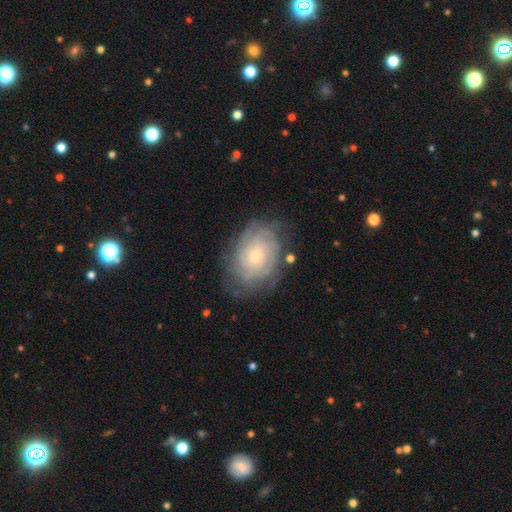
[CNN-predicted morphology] featured or disk 74%, smooth 18%, star or artifact 7%. Down the decision tree: edge-on disk — no (97%); bar — no (81%); spiral arms — yes (91%); spiral arm count — can't tell (50%); spiral winding — tight (74%); bulge size — small (71%); merging — none (72%).